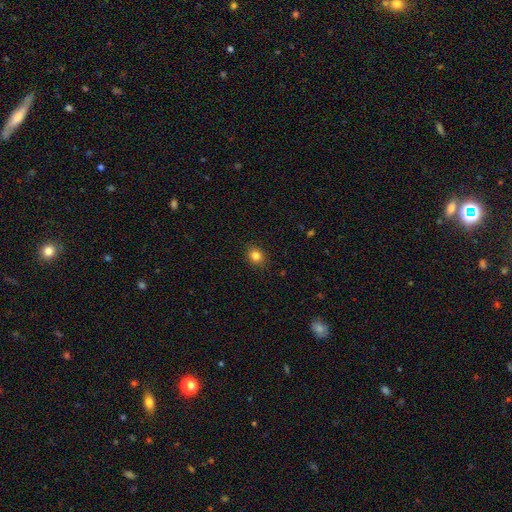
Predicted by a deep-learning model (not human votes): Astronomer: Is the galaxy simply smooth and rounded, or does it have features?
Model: smooth — 83%.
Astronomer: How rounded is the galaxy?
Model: round — 69%.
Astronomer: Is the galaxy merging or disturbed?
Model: none — 90%.